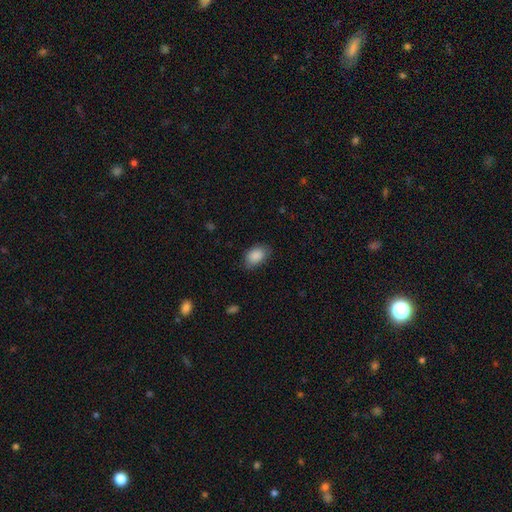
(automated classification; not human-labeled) The model was most divided on "merging": none: 78%, minor disturbance: 17%, major disturbance: 4%, merger: 1%. More confident: smooth or featured — smooth (88%); how rounded — in between (88%).